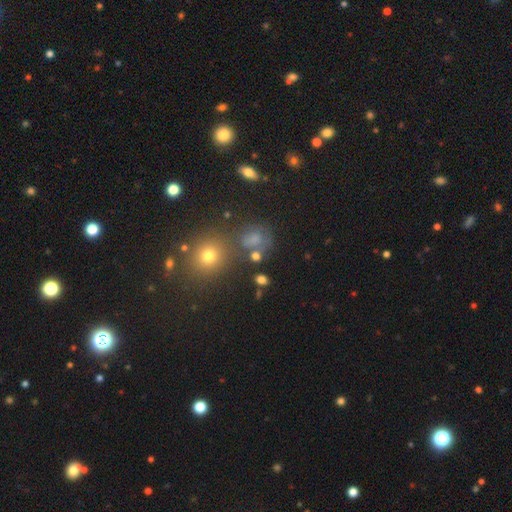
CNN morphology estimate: Smooth or featured?
  - smooth: 65% *
  - star or artifact: 22%
  - featured or disk: 13%
How rounded?
  - round: 58% *
  - in between: 40%
  - cigar-shaped: 2%
Merging?
  - none: 58% *
  - merger: 16%
  - minor disturbance: 16%
  - major disturbance: 10%